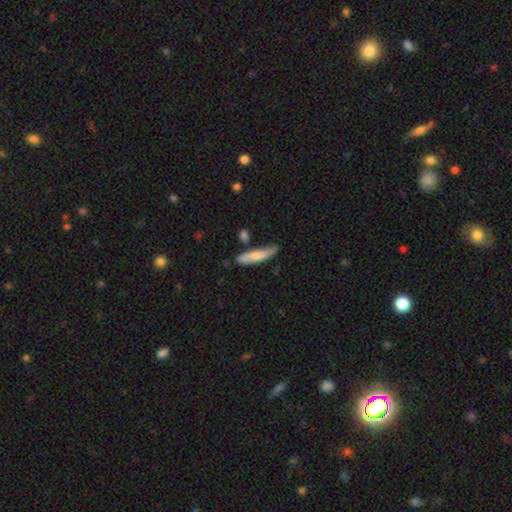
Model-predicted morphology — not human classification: The model was most divided on "merging": none: 63%, minor disturbance: 25%, merger: 7%, major disturbance: 5%. More confident: how rounded — cigar-shaped (78%); smooth or featured — smooth (68%).